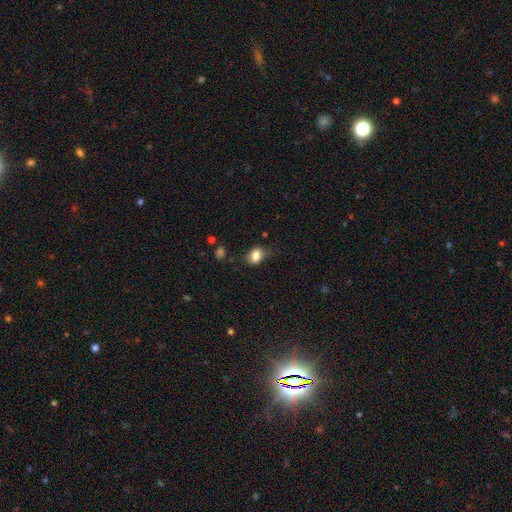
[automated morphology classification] Smooth or featured?
  - smooth: 82% *
  - star or artifact: 9%
  - featured or disk: 8%
How rounded?
  - in between: 67% *
  - round: 32%
  - cigar-shaped: 1%
Merging?
  - none: 62% *
  - minor disturbance: 28%
  - major disturbance: 8%
  - merger: 2%